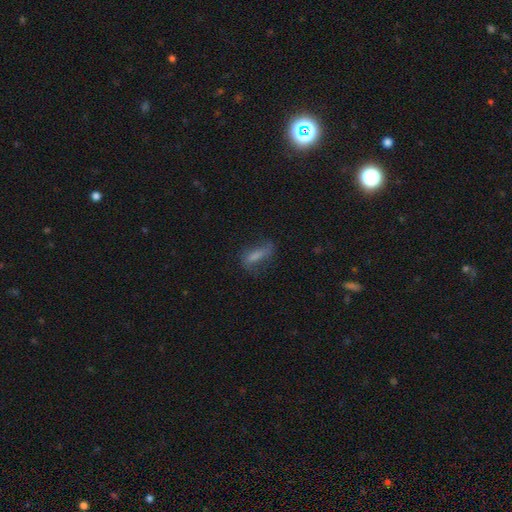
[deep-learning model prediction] Q: Smooth or featured?
A: smooth (59%); runner-up: featured or disk (30%)
Q: How rounded?
A: in between (52%); runner-up: cigar-shaped (44%)
Q: Merging?
A: none (49%); runner-up: minor disturbance (27%)